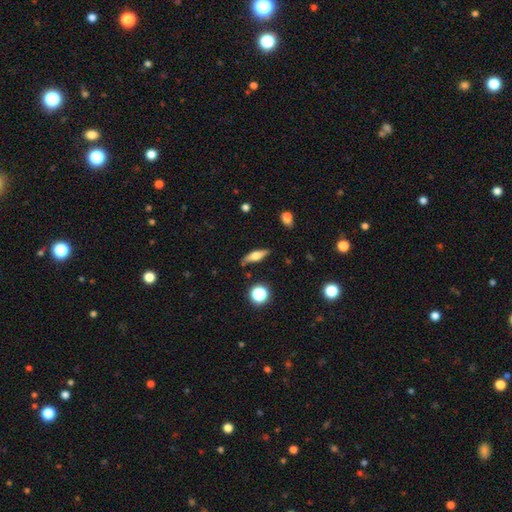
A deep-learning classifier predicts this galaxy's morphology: type=smooth (47%); merging=none (83%).